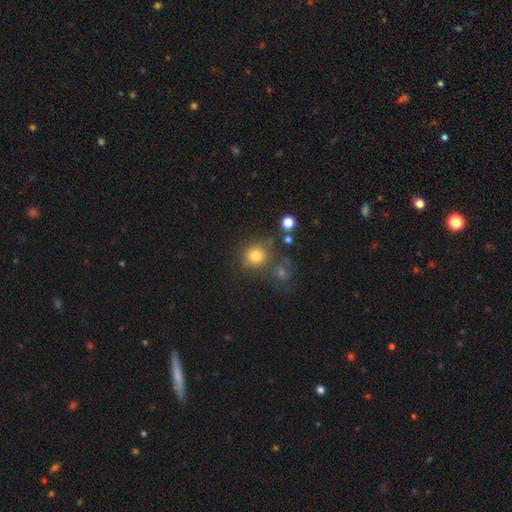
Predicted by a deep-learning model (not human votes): smooth_or_featured: smooth (p=0.79) [alt: star or artifact p=0.13]
how_rounded: round (p=0.90) [alt: in between p=0.09]
merging: none (p=0.71) [alt: merger p=0.13]